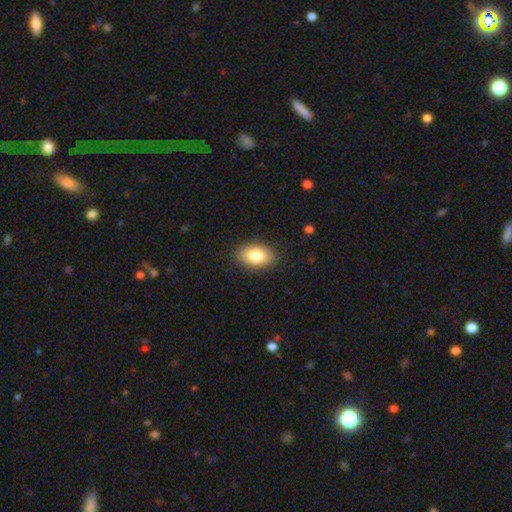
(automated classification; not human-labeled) Overall: smooth (81%). How rounded: in between (89%). Merging: none (87%).